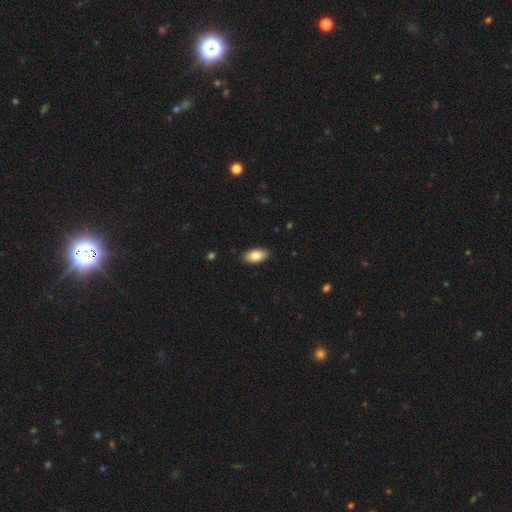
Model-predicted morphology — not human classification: Smooth or featured?
  - smooth: 84% *
  - featured or disk: 9%
  - star or artifact: 7%
How rounded?
  - in between: 93% *
  - cigar-shaped: 4%
  - round: 3%
Merging?
  - none: 89% *
  - minor disturbance: 8%
  - major disturbance: 2%
  - merger: 1%